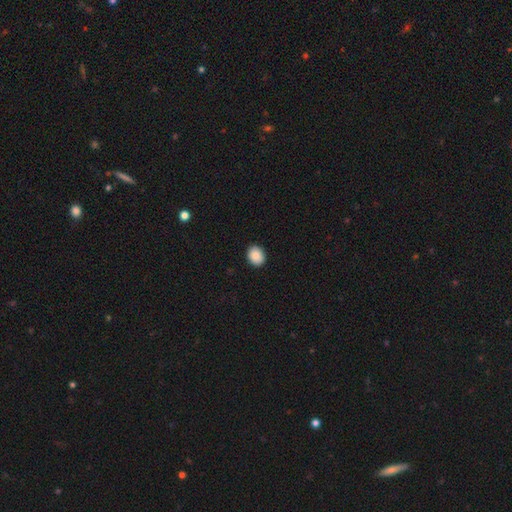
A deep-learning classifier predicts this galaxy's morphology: smooth_or_featured: smooth (p=0.88) [alt: star or artifact p=0.08]
how_rounded: in between (p=0.54) [alt: round p=0.45]
merging: none (p=0.90) [alt: minor disturbance p=0.07]